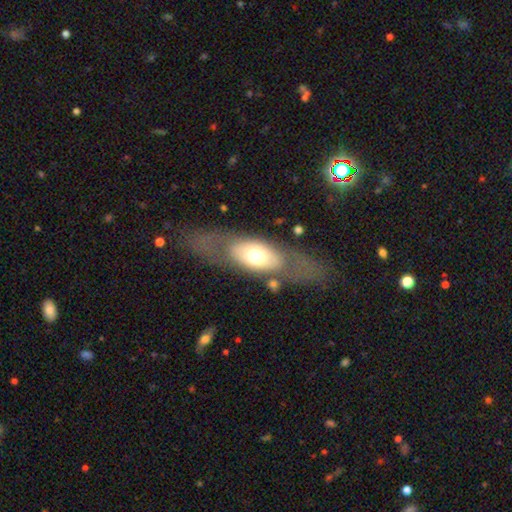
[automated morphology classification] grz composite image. It shows a smooth galaxy with no disk features (48%). Merging: none (63%).